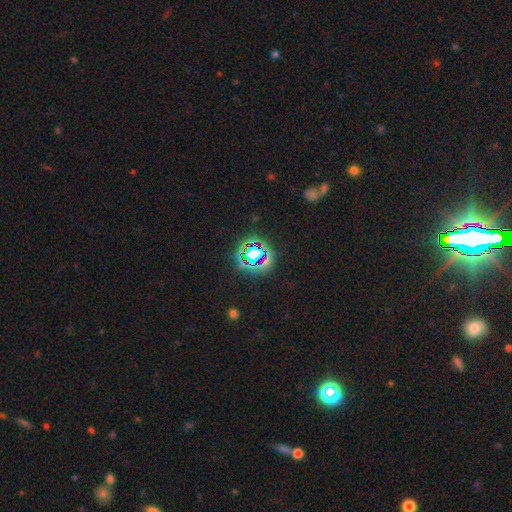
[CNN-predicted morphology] Smooth or featured? Predicted: star or artifact (p=0.72).